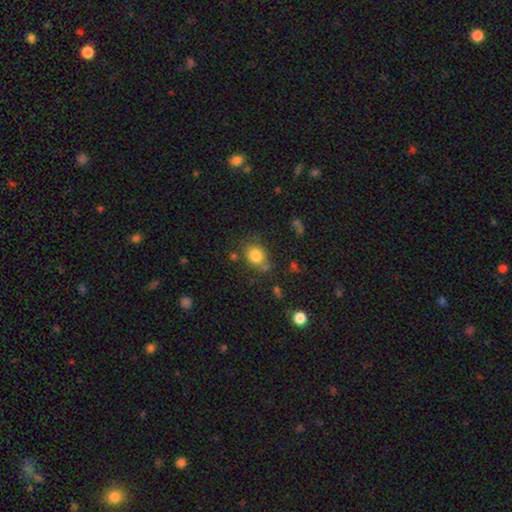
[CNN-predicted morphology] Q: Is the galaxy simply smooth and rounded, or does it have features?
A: smooth — 82%.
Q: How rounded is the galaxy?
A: round — 52%.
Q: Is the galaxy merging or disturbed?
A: none — 66%.